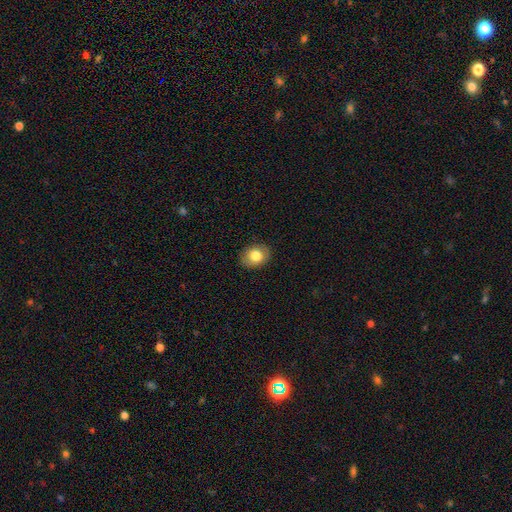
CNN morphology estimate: The model was most divided on "how rounded": in between: 58%, round: 41%, cigar-shaped: 1%. More confident: merging — none (87%); smooth or featured — smooth (81%).